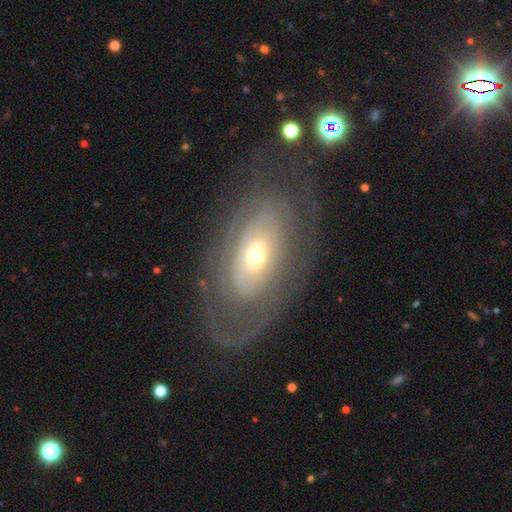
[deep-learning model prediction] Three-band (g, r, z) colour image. It shows a featured or disk galaxy (71%) with no bar (84%), spiral arms (58%) and a small central bulge (51%). Merging: none (70%).